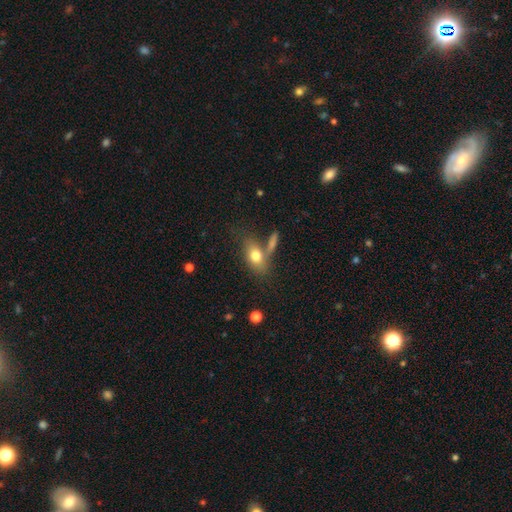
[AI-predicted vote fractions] smooth_or_featured: smooth (p=0.75) [alt: featured or disk p=0.17]
how_rounded: in between (p=0.81) [alt: round p=0.13]
merging: none (p=0.52) [alt: merger p=0.25]